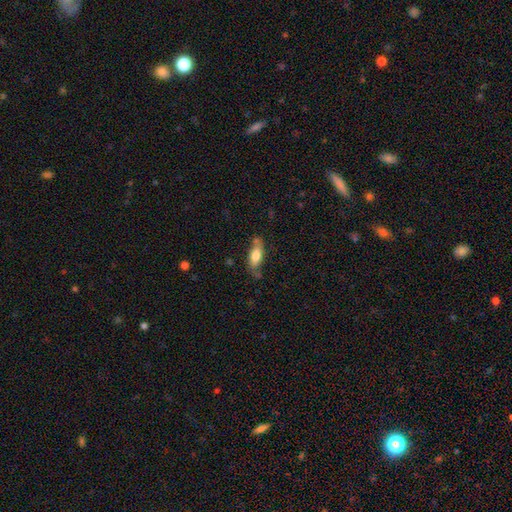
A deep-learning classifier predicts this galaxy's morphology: Smooth or featured? Predicted: smooth (p=0.71). How rounded? Predicted: in between (p=0.76). Merging? Predicted: none (p=0.63).